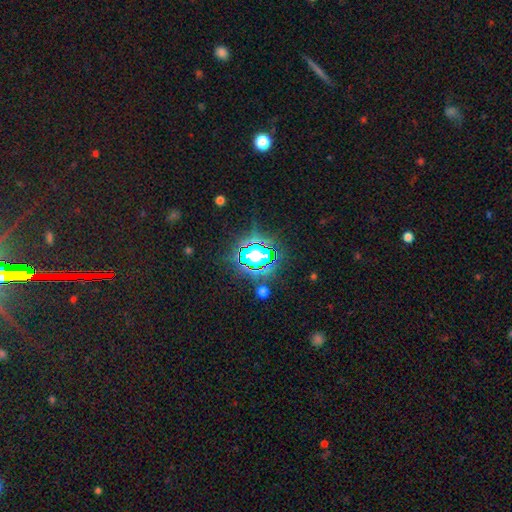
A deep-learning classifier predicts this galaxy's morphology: This is likely a star or artifact rather than a galaxy (78%).